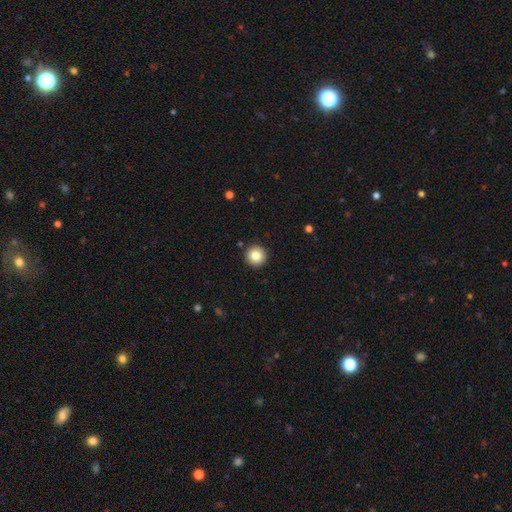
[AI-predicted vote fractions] Smooth or featured: smooth — 83% (star or artifact — 9%)
How rounded: round — 96% (in between — 3%)
Merging: none — 92% (minor disturbance — 5%)